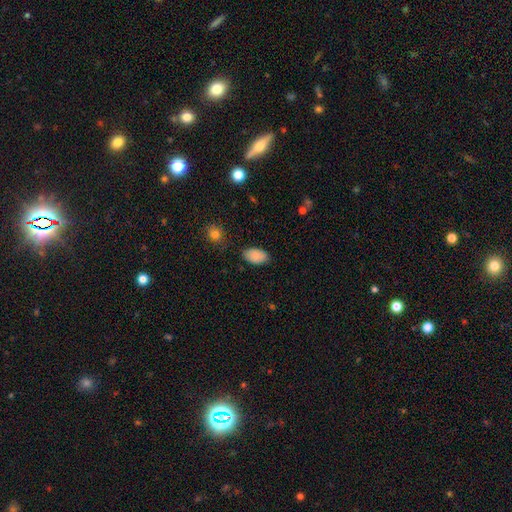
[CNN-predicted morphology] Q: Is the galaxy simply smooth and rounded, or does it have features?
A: smooth — 86%.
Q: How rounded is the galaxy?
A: in between — 94%.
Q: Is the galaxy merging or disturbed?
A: none — 83%.